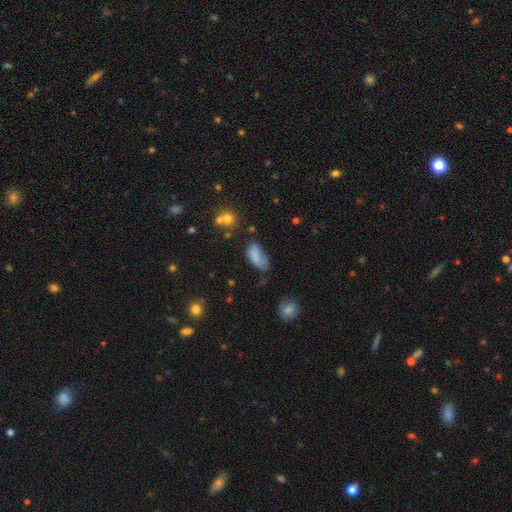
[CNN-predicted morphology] smooth-or-featured: smooth: 76% | featured or disk: 14% | star or artifact: 11%
  how-rounded: in between: 89% | cigar-shaped: 7% | round: 4%
  merging: none: 37% | minor disturbance: 35% | major disturbance: 22% | merger: 6%